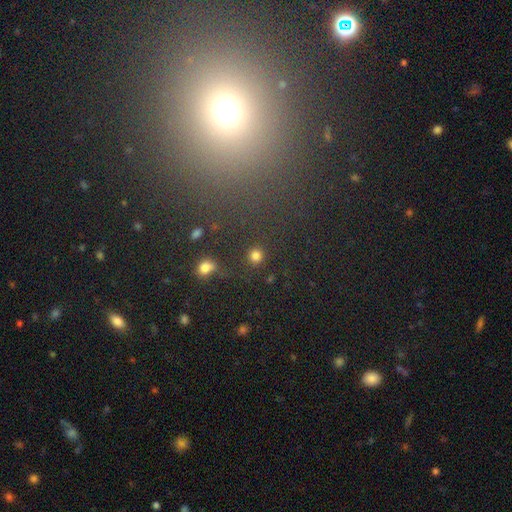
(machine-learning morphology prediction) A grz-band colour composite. It shows a smooth galaxy with no disk features (83%) that is round (93%). Merging: none (87%).